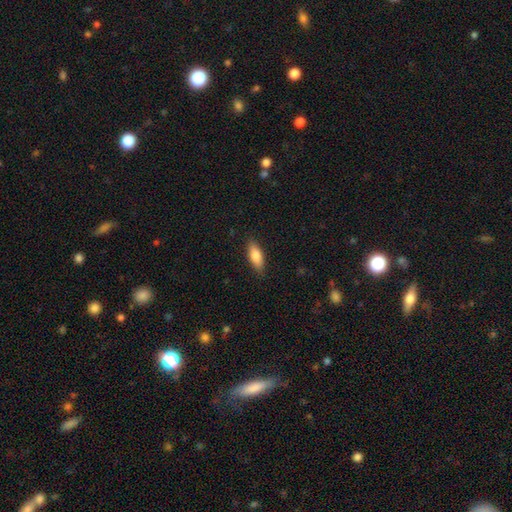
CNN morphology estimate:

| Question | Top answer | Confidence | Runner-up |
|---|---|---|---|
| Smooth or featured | smooth | 81% | featured or disk (12%) |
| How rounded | in between | 73% | cigar-shaped (25%) |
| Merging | none | 87% | minor disturbance (10%) |